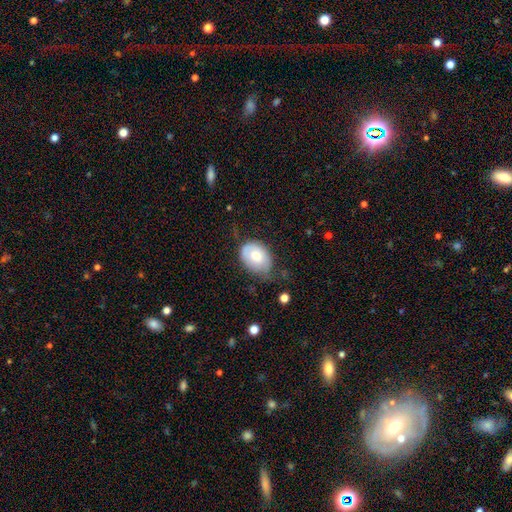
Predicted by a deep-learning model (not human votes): This is likely a smooth galaxy (67%). How rounded: likely in between (74%). Merging: possibly none (48%).